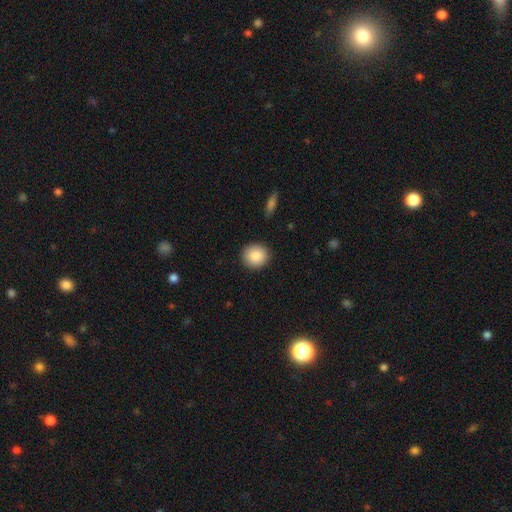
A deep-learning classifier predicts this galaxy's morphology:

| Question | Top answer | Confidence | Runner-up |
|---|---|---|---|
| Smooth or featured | smooth | 88% | star or artifact (7%) |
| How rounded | round | 86% | in between (13%) |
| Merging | none | 90% | minor disturbance (7%) |